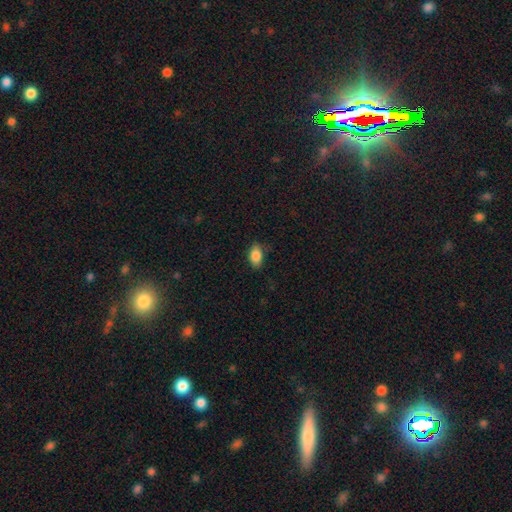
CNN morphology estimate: This is clearly a smooth galaxy (85%). How rounded: clearly in between (88%). Merging: likely none (78%).